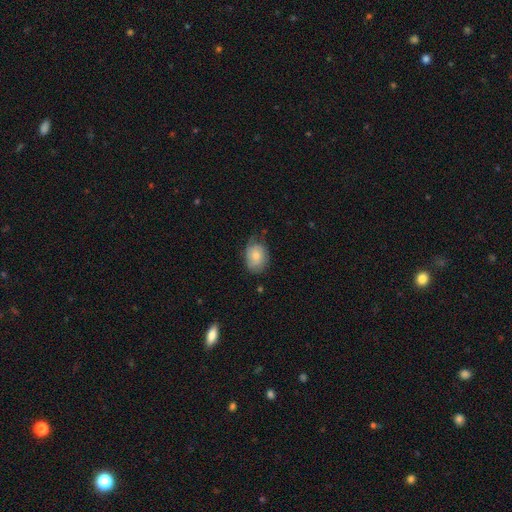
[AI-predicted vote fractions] This appears to be a smooth galaxy with no disk features (66%) that is in between round and cigar-shaped (66%). Merging: none (57%).